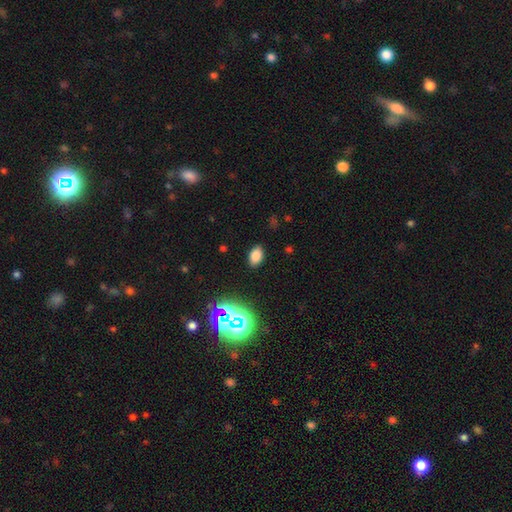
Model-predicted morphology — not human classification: type=smooth (75%); roundness=in between (88%); merging=none (87%).